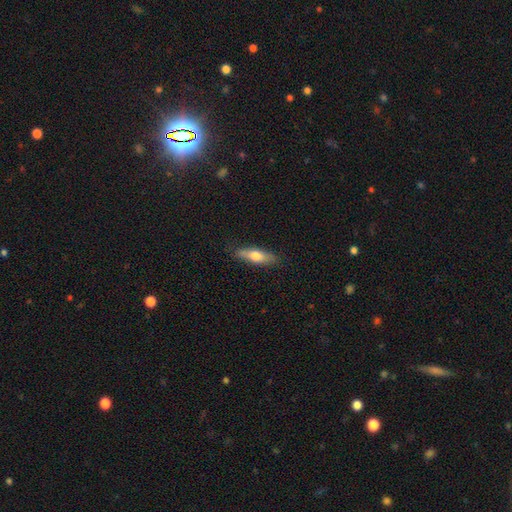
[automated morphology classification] A smooth galaxy with no disk features (64%) that is cigar-shaped (57%). Merging: none (84%).